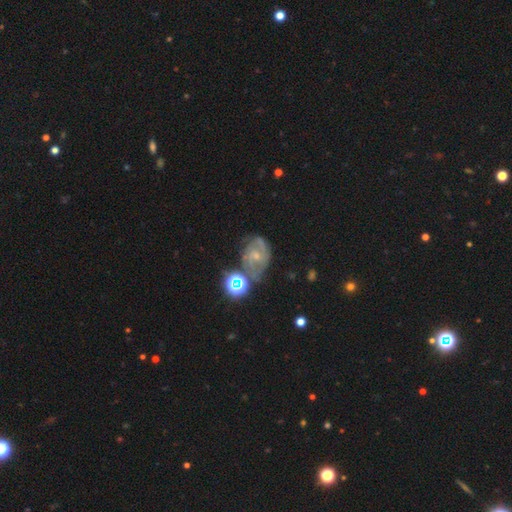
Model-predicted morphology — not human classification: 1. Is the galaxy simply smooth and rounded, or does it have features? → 66% featured or disk, 18% star or artifact, 16% smooth.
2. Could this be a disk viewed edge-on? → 97% no, 3% yes.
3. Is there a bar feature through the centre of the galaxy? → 52% no, 40% weak, 9% strong.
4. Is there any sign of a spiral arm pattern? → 89% yes, 11% no.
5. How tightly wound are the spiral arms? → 47% medium, 38% tight, 15% loose.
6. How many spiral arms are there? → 56% 2, 24% can't tell, 10% 3, 5% 1, 3% 4, 3% more than 4.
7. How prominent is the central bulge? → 67% small, 26% moderate, 5% none, 2% large, 1% dominant.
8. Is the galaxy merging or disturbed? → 56% none, 22% minor disturbance, 13% major disturbance, 9% merger.